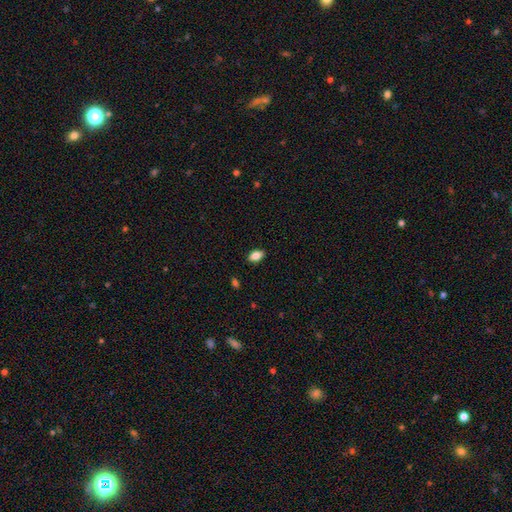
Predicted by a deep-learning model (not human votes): A smooth galaxy with no disk features (83%) that is in between round and cigar-shaped (88%). Merging: none (88%).